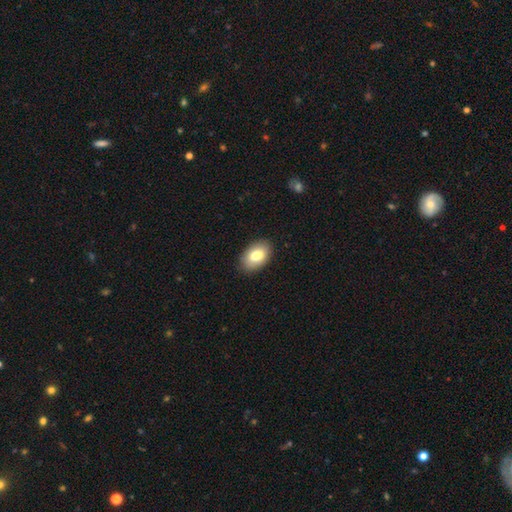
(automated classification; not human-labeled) Morphology: type=smooth (81%); roundness=in between (91%); merging=none (87%).